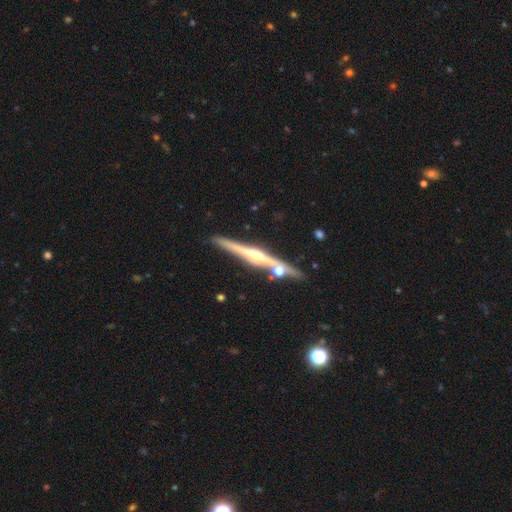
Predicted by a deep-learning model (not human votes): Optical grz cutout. It shows a featured or disk galaxy (82%) viewed edge-on (98%) with a rounded central bulge (89%). Merging: none (82%).